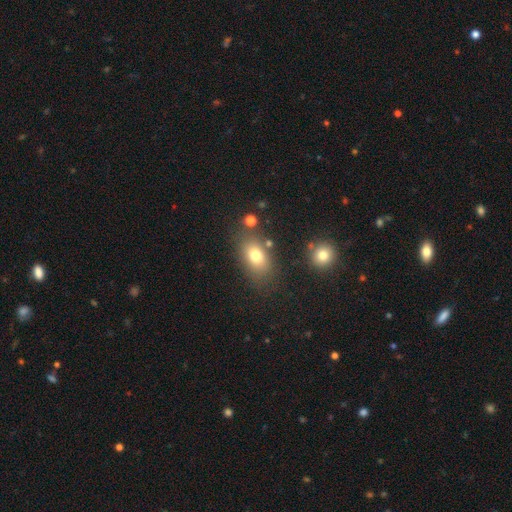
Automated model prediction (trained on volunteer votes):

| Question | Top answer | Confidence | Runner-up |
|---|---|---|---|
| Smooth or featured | smooth | 76% | featured or disk (13%) |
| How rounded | in between | 80% | round (17%) |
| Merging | none | 73% | minor disturbance (14%) |